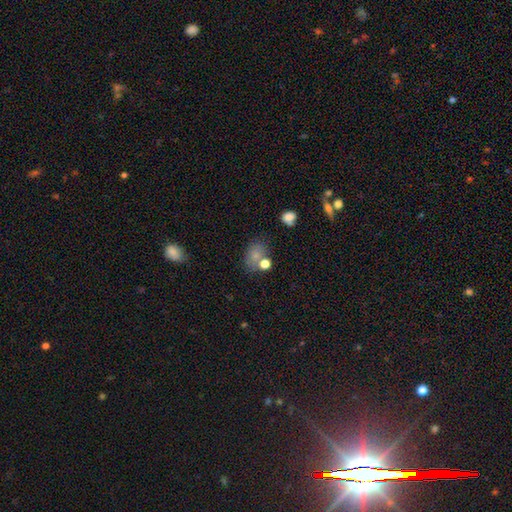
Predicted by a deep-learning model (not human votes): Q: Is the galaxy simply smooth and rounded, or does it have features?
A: smooth — 72%.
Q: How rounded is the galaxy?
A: in between — 67%.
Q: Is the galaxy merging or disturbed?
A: none — 55%.